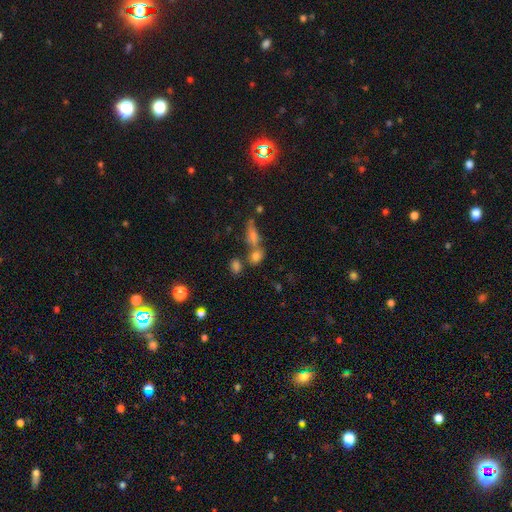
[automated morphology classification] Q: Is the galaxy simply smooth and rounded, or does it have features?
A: smooth — 72%.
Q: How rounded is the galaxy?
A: in between — 59%.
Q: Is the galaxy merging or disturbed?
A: none — 48%.